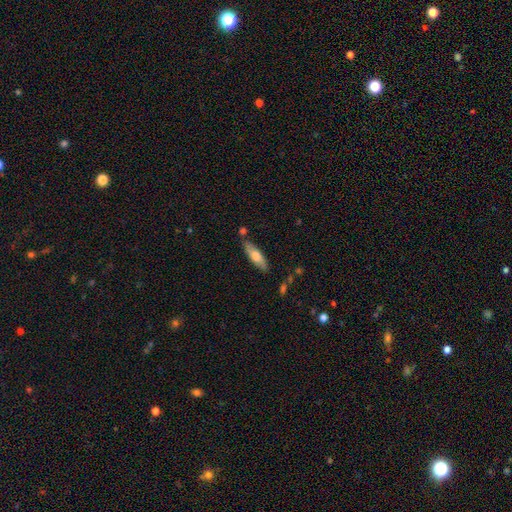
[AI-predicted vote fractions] smooth_or_featured: smooth (p=0.66) [alt: featured or disk p=0.29]
how_rounded: cigar-shaped (p=0.53) [alt: in between p=0.46]
merging: none (p=0.78) [alt: minor disturbance p=0.14]